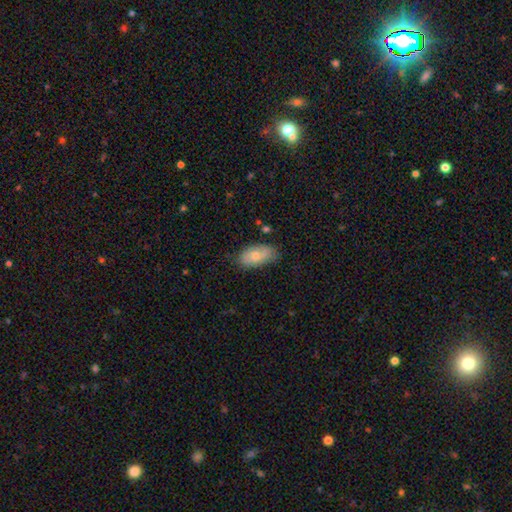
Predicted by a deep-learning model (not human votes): A smooth galaxy with no disk features (67%) that is in between round and cigar-shaped (93%).

Vote fractions:
- Smooth or featured? smooth: 67% / featured or disk: 26% / star or artifact: 7%
- How rounded? in between: 93% / round: 4% / cigar-shaped: 3%
- Merging? none: 72% / minor disturbance: 21% / major disturbance: 4% / merger: 2%